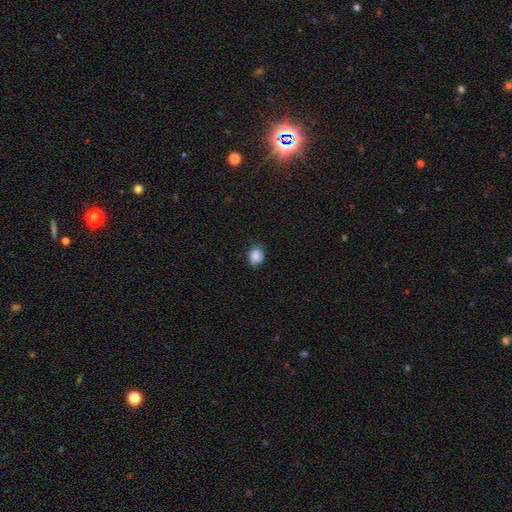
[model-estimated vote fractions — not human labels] Q: Smooth or featured?
A: smooth (87%); runner-up: star or artifact (9%)
Q: How rounded?
A: round (50%); runner-up: in between (49%)
Q: Merging?
A: none (78%); runner-up: minor disturbance (18%)